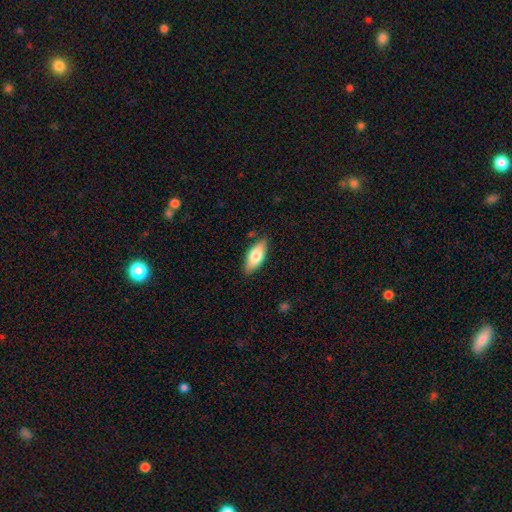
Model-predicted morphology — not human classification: The model was most divided on "smooth or featured": smooth: 70%, featured or disk: 24%, star or artifact: 6%. More confident: merging — none (84%); how rounded — in between (79%).